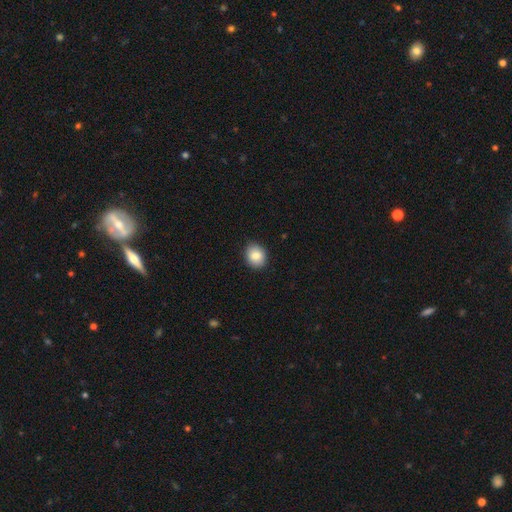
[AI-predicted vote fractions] The model was most divided on "how rounded": round: 61%, in between: 38%, cigar-shaped: 1%. More confident: merging — none (89%); smooth or featured — smooth (84%).